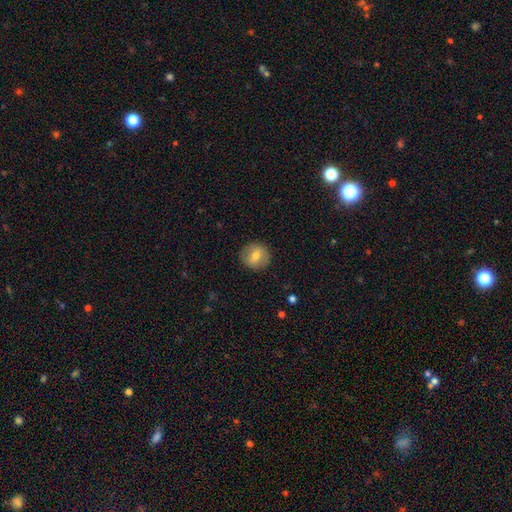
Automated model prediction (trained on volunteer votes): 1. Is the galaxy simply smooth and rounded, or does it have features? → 66% smooth, 26% featured or disk, 9% star or artifact.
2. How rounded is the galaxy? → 91% round, 8% in between, 1% cigar-shaped.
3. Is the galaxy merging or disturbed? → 89% none, 8% minor disturbance, 2% major disturbance, 1% merger.